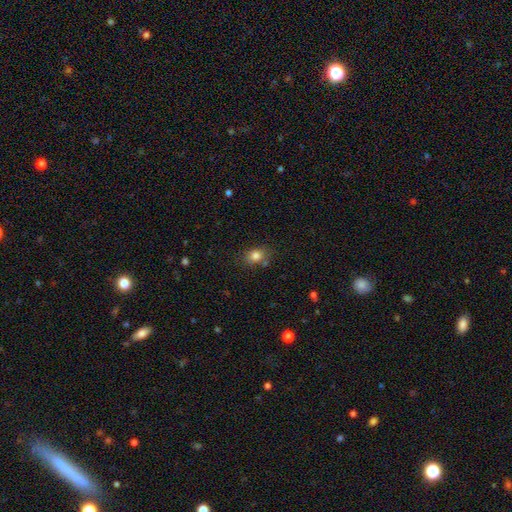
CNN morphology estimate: This is clearly a smooth galaxy (81%). How rounded: possibly in between (55%). Merging: likely none (73%).